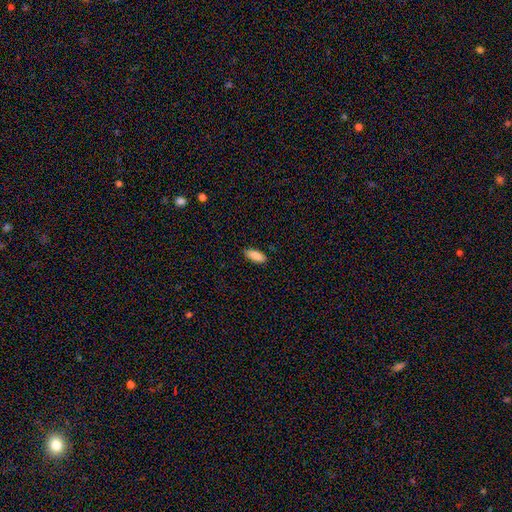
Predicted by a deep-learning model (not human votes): smooth-or-featured: smooth: 89% | star or artifact: 6% | featured or disk: 4%
  how-rounded: in between: 80% | cigar-shaped: 18% | round: 2%
  merging: none: 87% | minor disturbance: 10% | major disturbance: 2% | merger: 1%